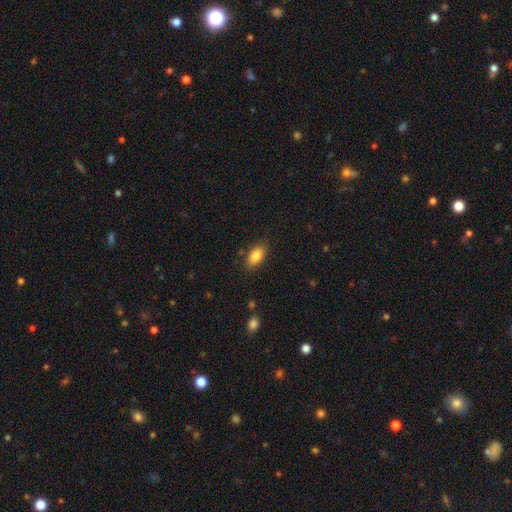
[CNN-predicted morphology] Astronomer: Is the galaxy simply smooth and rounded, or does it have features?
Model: smooth — 86%.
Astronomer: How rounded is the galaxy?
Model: in between — 91%.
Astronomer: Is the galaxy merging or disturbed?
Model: none — 84%.